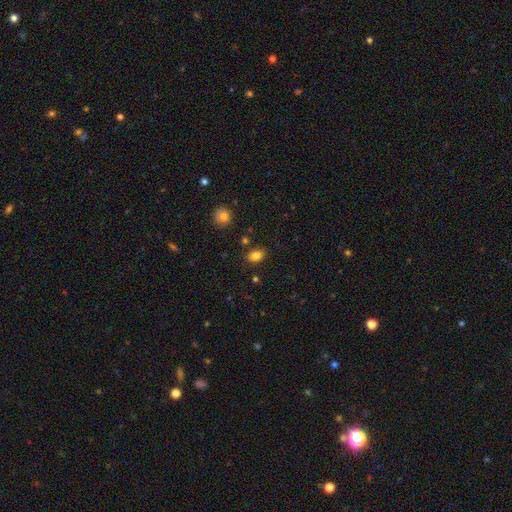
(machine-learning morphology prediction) A smooth galaxy with no disk features (83%) that is in between round and cigar-shaped (74%).

Vote fractions:
- Smooth or featured? smooth: 83% / star or artifact: 11% / featured or disk: 6%
- How rounded? in between: 74% / round: 25% / cigar-shaped: 1%
- Merging? none: 84% / minor disturbance: 10% / merger: 3% / major disturbance: 3%